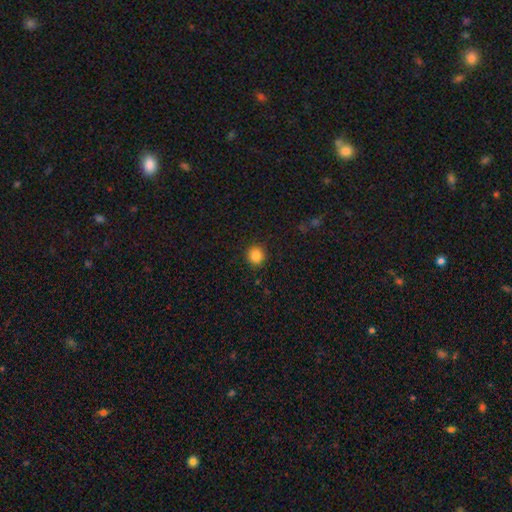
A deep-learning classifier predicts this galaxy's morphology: The model was most divided on "smooth or featured": smooth: 86%, star or artifact: 11%, featured or disk: 3%. More confident: how rounded — round (92%); merging — none (91%).